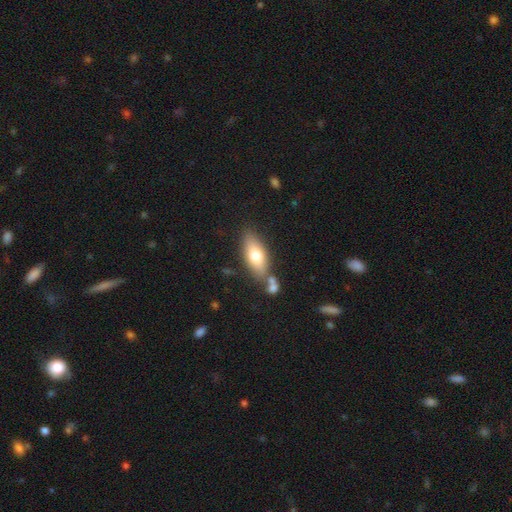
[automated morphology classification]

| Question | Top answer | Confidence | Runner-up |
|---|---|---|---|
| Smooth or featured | smooth | 71% | featured or disk (23%) |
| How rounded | in between | 79% | cigar-shaped (18%) |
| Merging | none | 68% | merger (14%) |